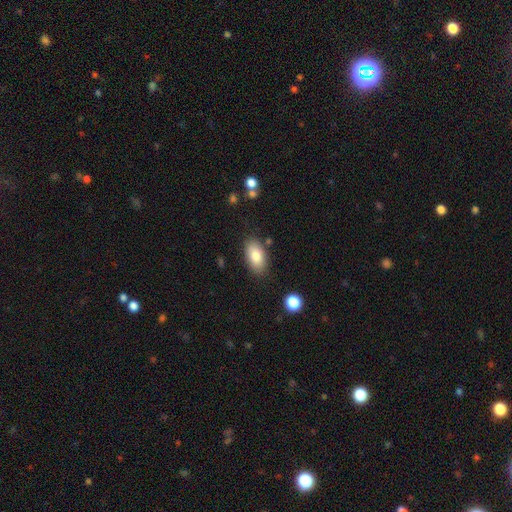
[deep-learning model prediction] This appears to be a smooth galaxy with no disk features (82%) that is in between round and cigar-shaped (93%). Merging: none (82%).